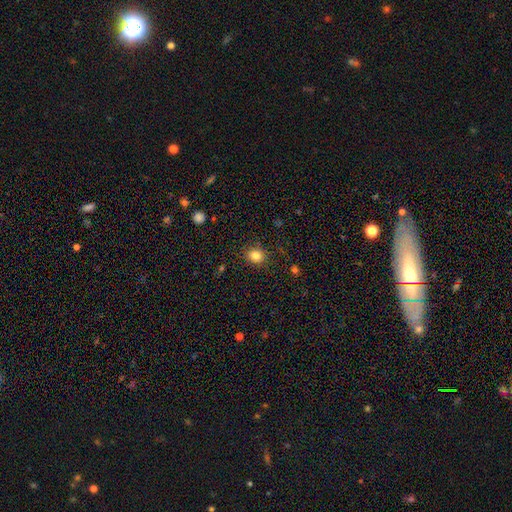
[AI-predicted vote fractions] Smooth or featured? Predicted: smooth (p=0.83). How rounded? Predicted: round (p=0.71). Merging? Predicted: none (p=0.87).